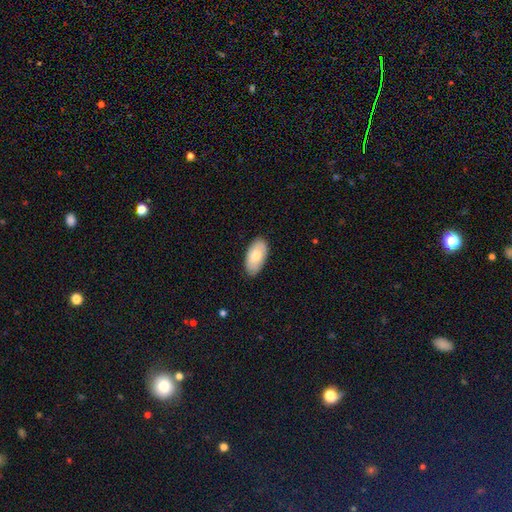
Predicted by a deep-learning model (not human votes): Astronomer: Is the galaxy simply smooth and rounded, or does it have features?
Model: smooth — 75%.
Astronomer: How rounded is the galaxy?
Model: in between — 95%.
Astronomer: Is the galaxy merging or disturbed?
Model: none — 83%.